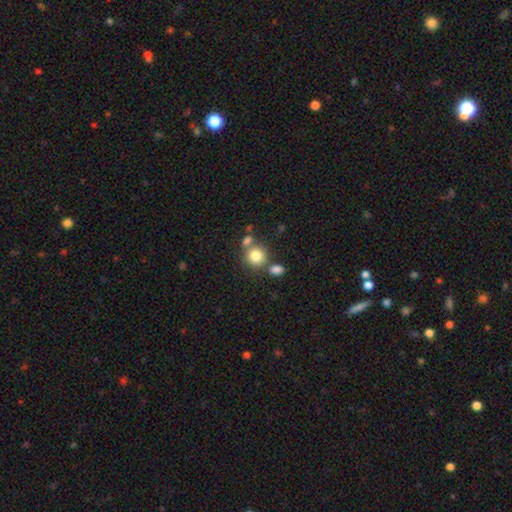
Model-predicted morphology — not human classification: Overall: smooth (81%). How rounded: round (85%). Merging: none (61%; merger 25%).